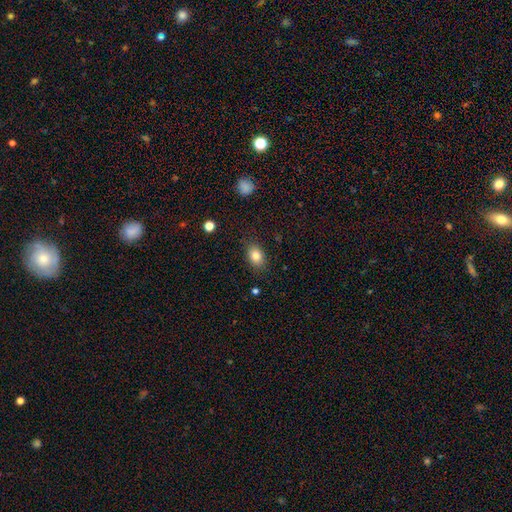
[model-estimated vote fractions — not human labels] The model was most divided on "how rounded": in between: 75%, round: 24%, cigar-shaped: 1%. More confident: merging — none (83%); smooth or featured — smooth (83%).